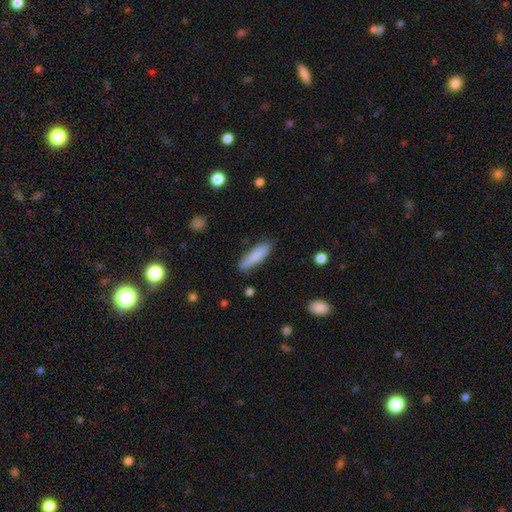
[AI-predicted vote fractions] Morphology: type=smooth (83%); roundness=cigar-shaped (72%); merging=none (81%).